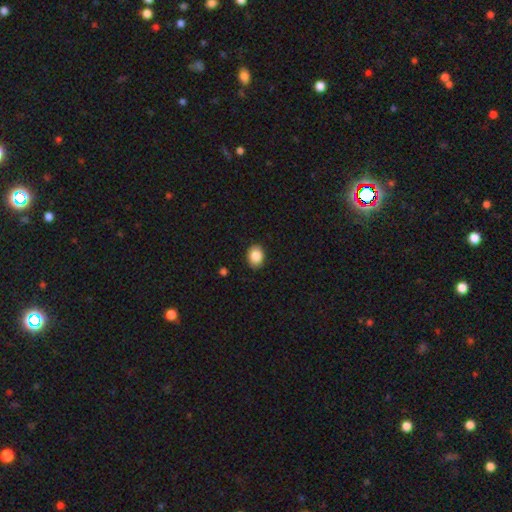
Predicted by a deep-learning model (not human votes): Smooth or featured? Predicted: smooth (p=0.86). How rounded? Predicted: in between (p=0.59). Merging? Predicted: none (p=0.87).